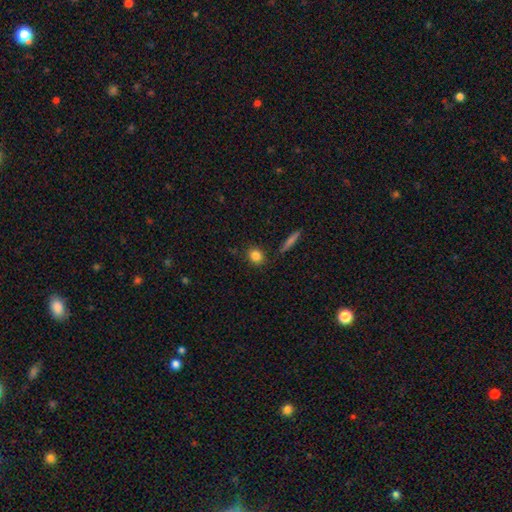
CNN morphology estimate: Overall: smooth (84%). How rounded: round (71%). Merging: none (84%).